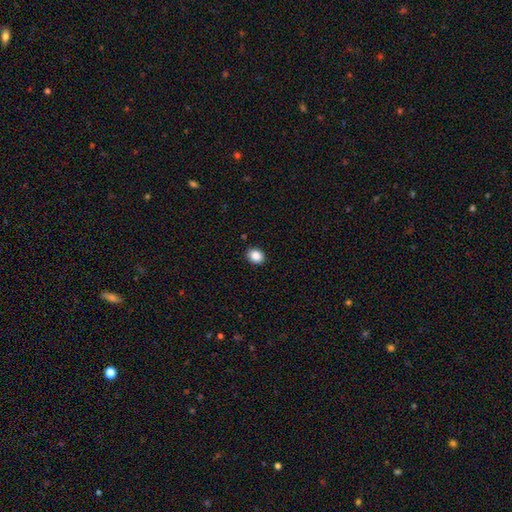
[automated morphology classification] This appears to be a smooth galaxy with no disk features (87%) that is round (53%). Merging: none (90%).